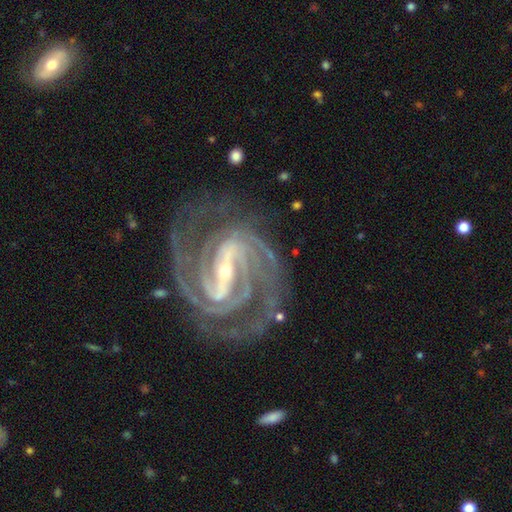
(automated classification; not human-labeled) featured or disk 93%, star or artifact 4%, smooth 2%. Down the decision tree: edge-on disk — no (97%); bar — strong (74%); spiral arms — yes (99%); spiral arm count — 2 (67%); spiral winding — tight (59%); bulge size — small (68%); merging — none (77%).